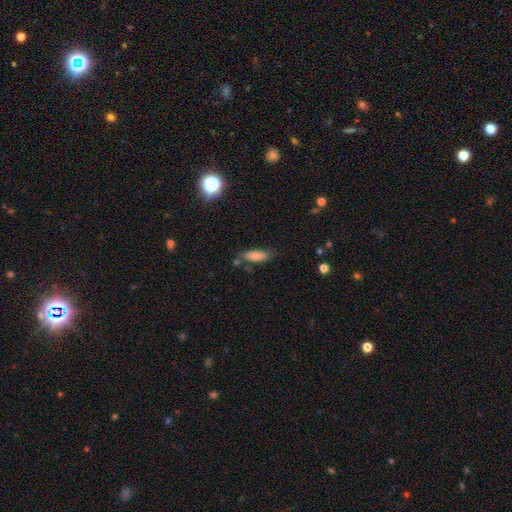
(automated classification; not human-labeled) Q: Smooth or featured?
A: smooth (80%); runner-up: featured or disk (11%)
Q: How rounded?
A: in between (64%); runner-up: cigar-shaped (34%)
Q: Merging?
A: none (64%); runner-up: minor disturbance (21%)